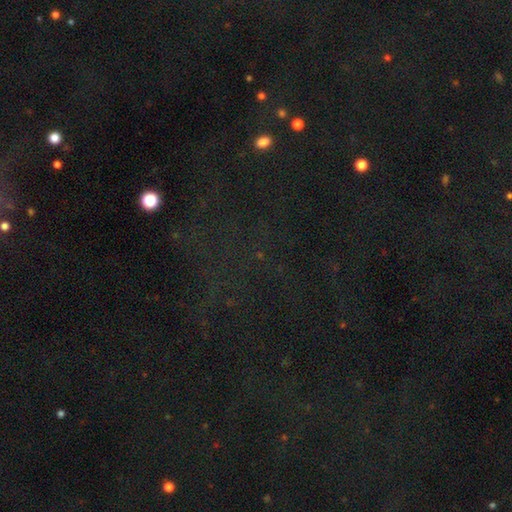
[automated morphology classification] Smooth or featured? star or artifact (76%)